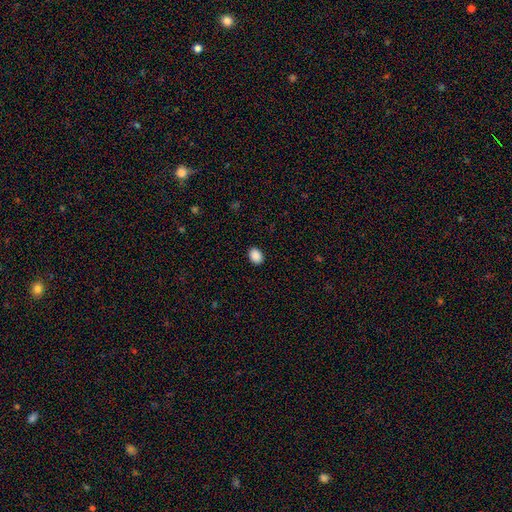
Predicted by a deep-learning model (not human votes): Q: Smooth or featured?
A: smooth (90%); runner-up: star or artifact (8%)
Q: How rounded?
A: in between (72%); runner-up: round (27%)
Q: Merging?
A: none (90%); runner-up: minor disturbance (7%)